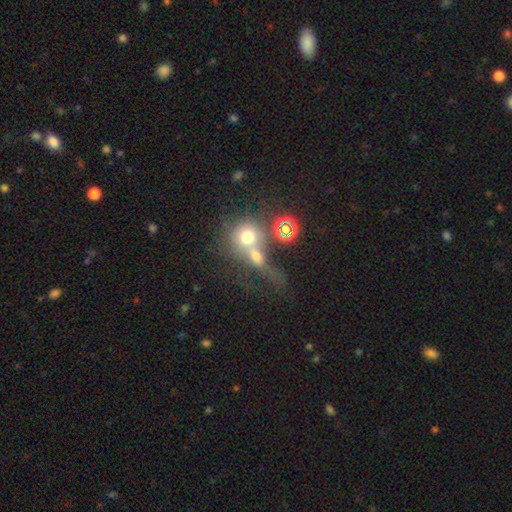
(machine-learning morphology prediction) Overall: smooth (56%; star or artifact 23%). How rounded: round (68%). Merging: merger (59%; none 22%).